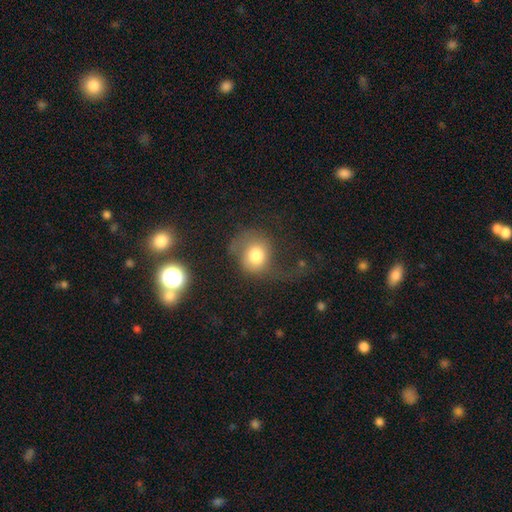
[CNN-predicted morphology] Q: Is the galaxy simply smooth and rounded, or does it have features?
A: smooth — 66%.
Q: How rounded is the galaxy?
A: round — 75%.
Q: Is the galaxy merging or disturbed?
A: major disturbance — 43%.